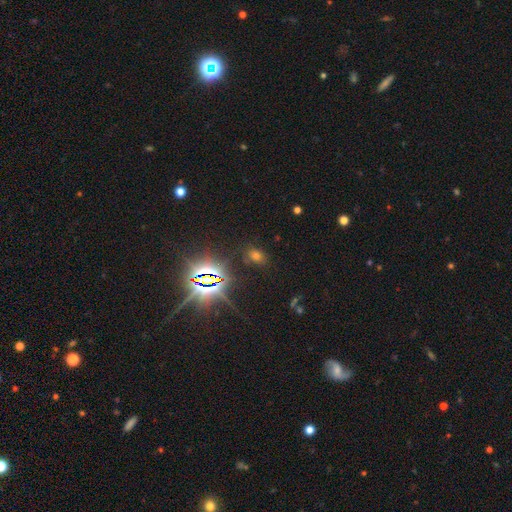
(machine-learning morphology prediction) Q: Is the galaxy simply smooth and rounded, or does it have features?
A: star or artifact — 50%.